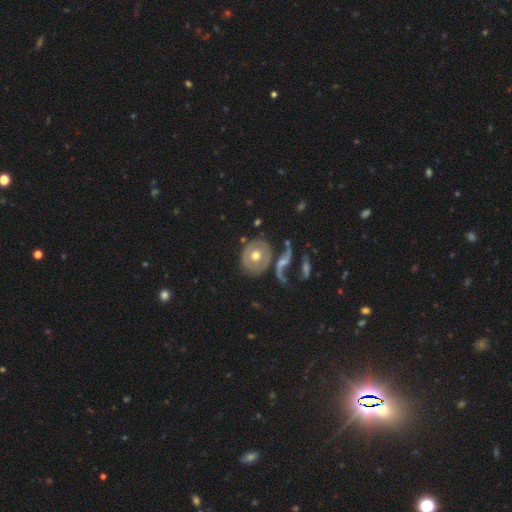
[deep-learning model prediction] featured or disk 50%, smooth 43%, star or artifact 6%. Down the decision tree: edge-on disk — no (93%); merging — none (61%).